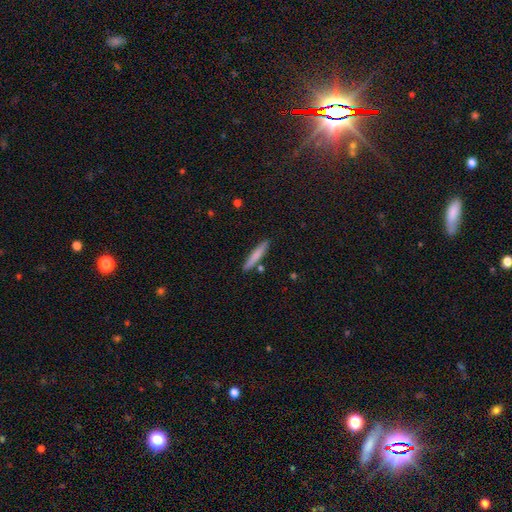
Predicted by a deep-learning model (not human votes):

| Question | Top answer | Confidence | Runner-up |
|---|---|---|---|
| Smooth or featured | smooth | 74% | featured or disk (20%) |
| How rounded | cigar-shaped | 94% | in between (5%) |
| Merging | none | 86% | minor disturbance (9%) |